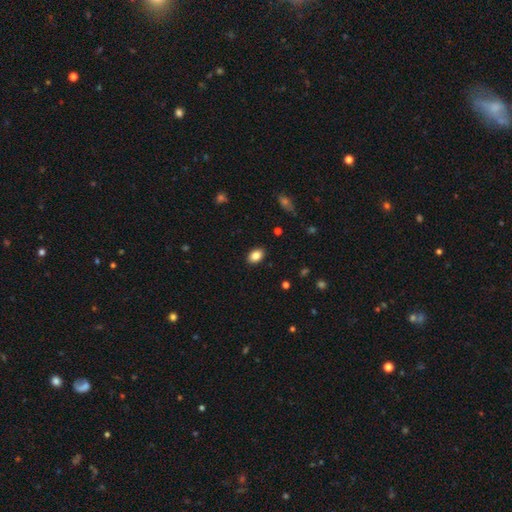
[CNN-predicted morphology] Overall: smooth (85%). How rounded: in between (84%). Merging: none (89%).